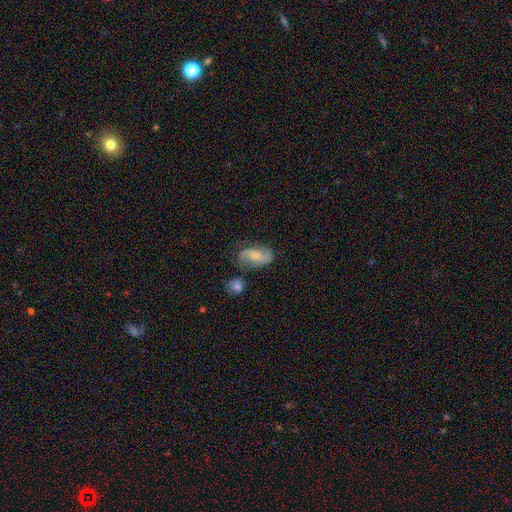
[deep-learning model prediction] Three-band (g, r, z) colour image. It shows a featured or disk galaxy (54%) with no bar (56%), spiral arms (87%) and a small central bulge (53%). Merging: none (59%).